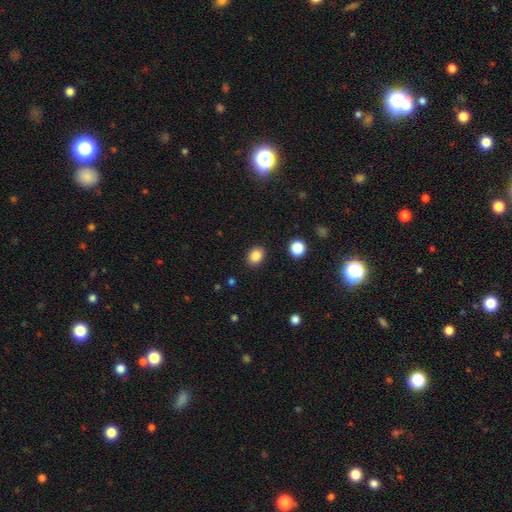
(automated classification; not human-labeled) Smooth or featured: smooth — 86% (star or artifact — 10%)
How rounded: in between — 58% (round — 41%)
Merging: none — 89% (minor disturbance — 8%)